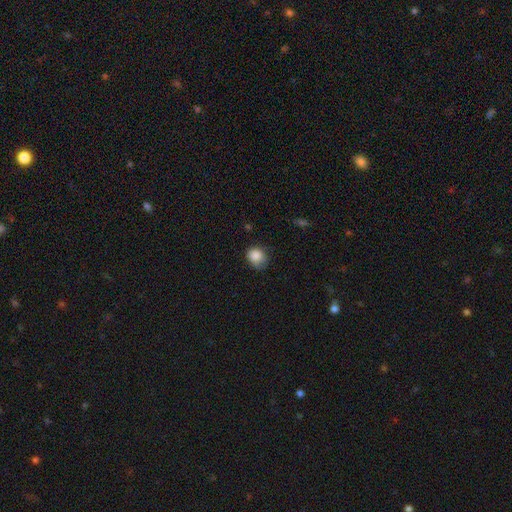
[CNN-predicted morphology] Smooth or featured: smooth — 85% (star or artifact — 9%)
How rounded: round — 64% (in between — 35%)
Merging: none — 58% (minor disturbance — 33%)